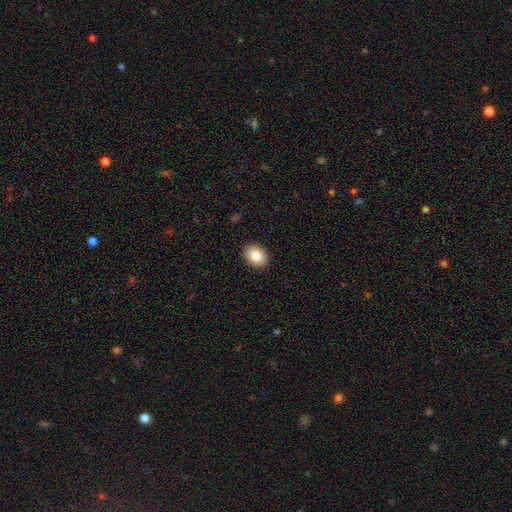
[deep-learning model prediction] Smooth or featured: smooth — 85% (star or artifact — 8%)
How rounded: in between — 63% (round — 36%)
Merging: none — 91% (minor disturbance — 7%)